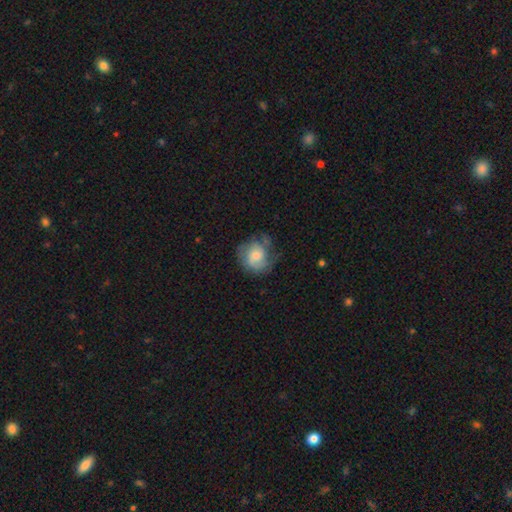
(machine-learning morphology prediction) smooth_or_featured: featured or disk (p=0.57) [alt: smooth p=0.36]
disk_edge_on: no (p=0.98) [alt: yes p=0.02]
bar: no (p=0.70) [alt: weak p=0.26]
has_spiral_arms: yes (p=0.85) [alt: no p=0.15]
bulge_size: moderate (p=0.50) [alt: small p=0.31]
merging: none (p=0.58) [alt: minor disturbance p=0.26]